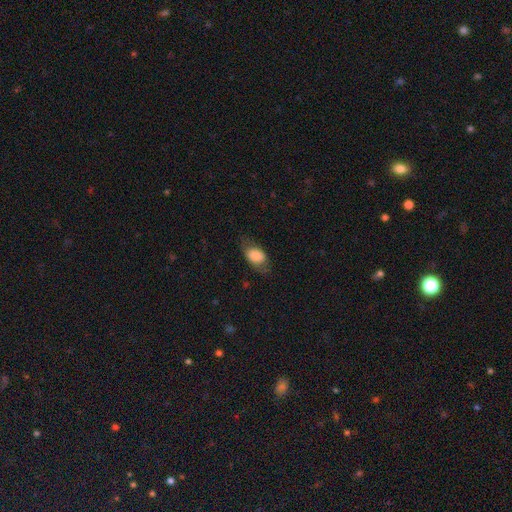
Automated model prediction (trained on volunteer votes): Smooth or featured: smooth — 78% (featured or disk — 15%)
How rounded: in between — 87% (round — 10%)
Merging: none — 67% (minor disturbance — 21%)